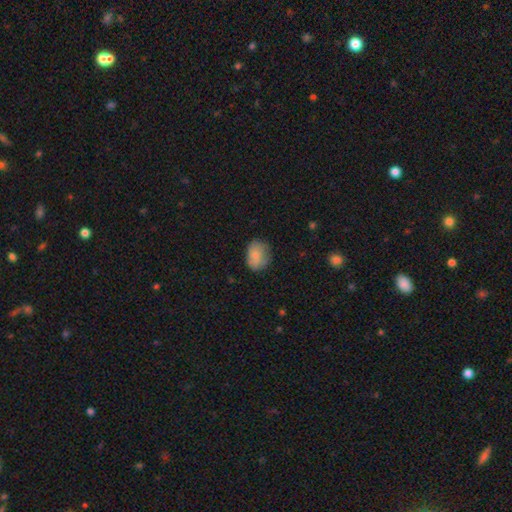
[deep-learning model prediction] A smooth galaxy with no disk features (79%) that is in between round and cigar-shaped (61%).

Vote fractions:
- Smooth or featured? smooth: 79% / featured or disk: 13% / star or artifact: 8%
- How rounded? in between: 61% / round: 38% / cigar-shaped: 1%
- Merging? none: 66% / minor disturbance: 25% / major disturbance: 8% / merger: 2%